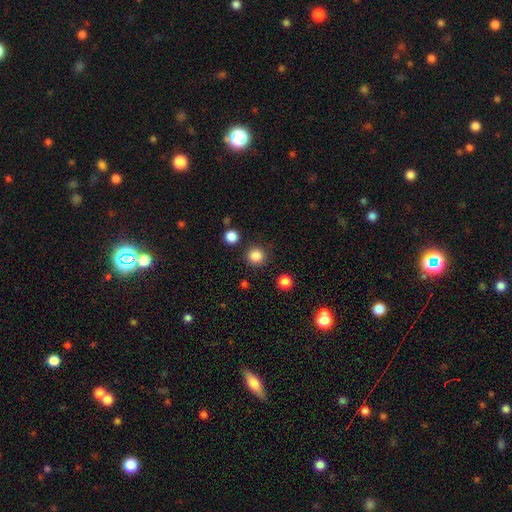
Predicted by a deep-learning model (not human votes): The model was most divided on "smooth or featured": smooth: 85%, star or artifact: 12%, featured or disk: 3%. More confident: how rounded — round (95%); merging — none (89%).